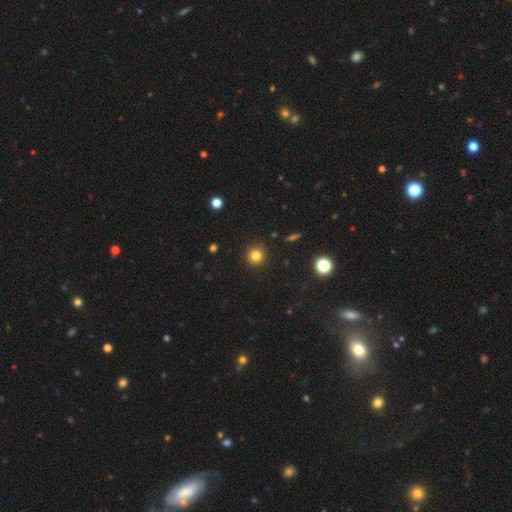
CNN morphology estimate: Overall: smooth (81%). How rounded: round (94%). Merging: none (90%).